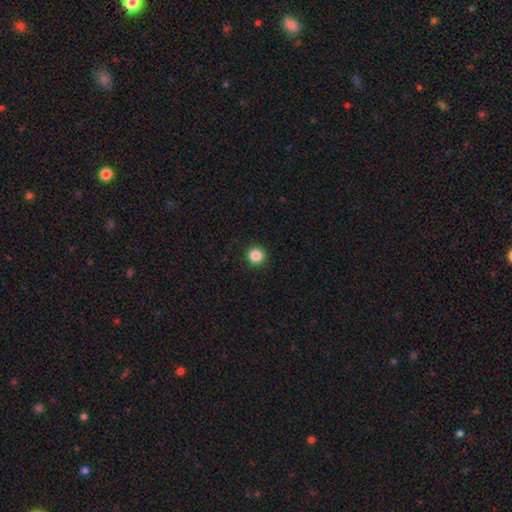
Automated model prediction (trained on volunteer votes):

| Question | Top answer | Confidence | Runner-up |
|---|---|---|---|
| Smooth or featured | smooth | 87% | star or artifact (10%) |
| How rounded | round | 94% | in between (5%) |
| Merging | none | 93% | minor disturbance (5%) |